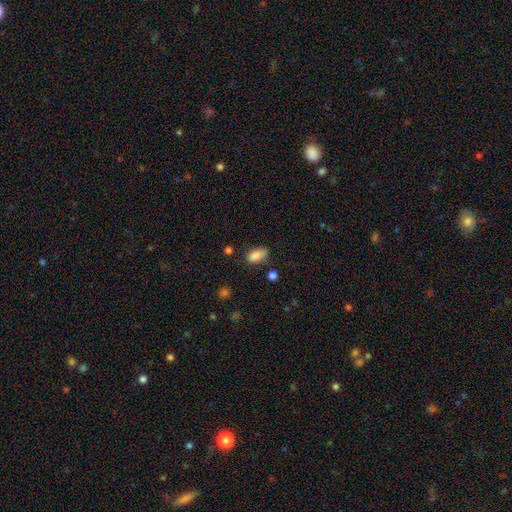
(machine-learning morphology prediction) A smooth galaxy with no disk features (86%) that is in between round and cigar-shaped (90%).

Vote fractions:
- Smooth or featured? smooth: 86% / star or artifact: 9% / featured or disk: 5%
- How rounded? in between: 90% / round: 6% / cigar-shaped: 4%
- Merging? none: 62% / minor disturbance: 28% / major disturbance: 7% / merger: 4%